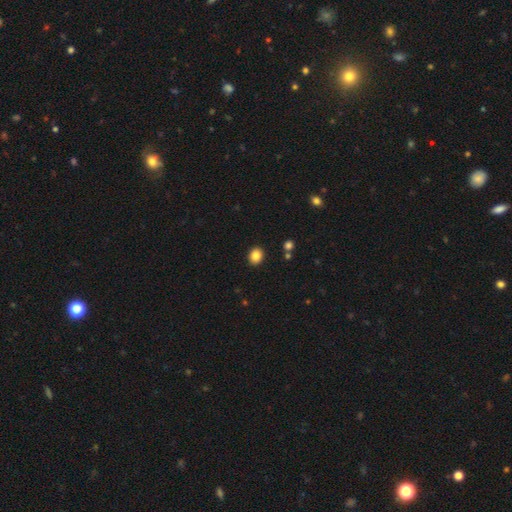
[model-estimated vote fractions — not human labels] Morphology: type=smooth (85%); roundness=round (62%); merging=none (90%).